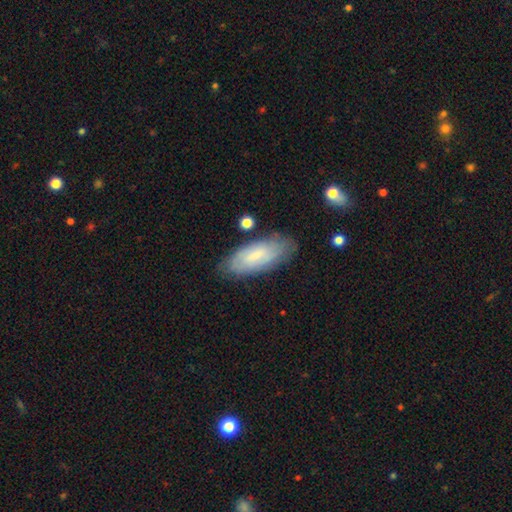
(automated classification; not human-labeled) Q: Smooth or featured?
A: smooth (60%); runner-up: featured or disk (33%)
Q: How rounded?
A: in between (80%); runner-up: cigar-shaped (18%)
Q: Merging?
A: none (76%); runner-up: minor disturbance (17%)